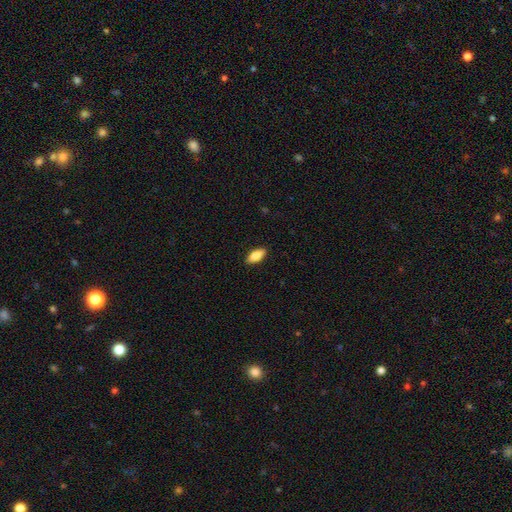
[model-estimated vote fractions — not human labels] This appears to be a smooth galaxy with no disk features (81%) that is in between round and cigar-shaped (83%). Merging: none (90%).